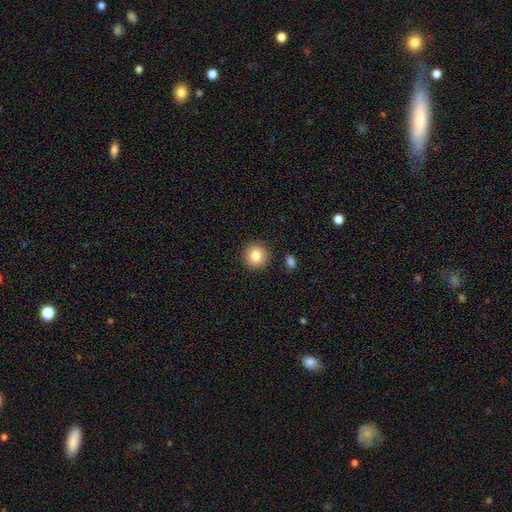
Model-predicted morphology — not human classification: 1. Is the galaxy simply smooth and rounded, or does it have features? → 82% smooth, 10% star or artifact, 8% featured or disk.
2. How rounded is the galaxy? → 93% round, 6% in between, 1% cigar-shaped.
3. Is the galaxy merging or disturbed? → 90% none, 6% minor disturbance, 2% merger, 2% major disturbance.